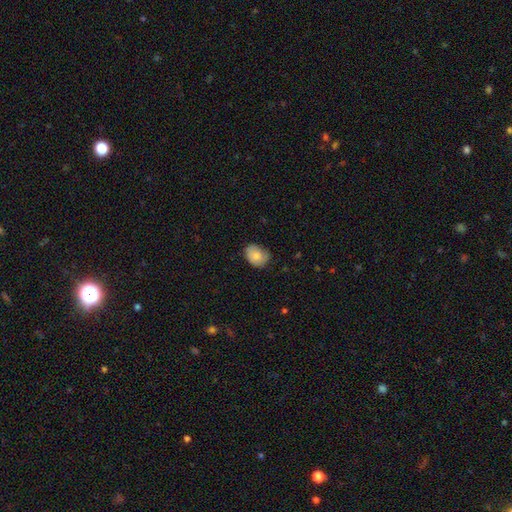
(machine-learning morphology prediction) smooth-or-featured: smooth: 78% | featured or disk: 15% | star or artifact: 7%
  how-rounded: in between: 60% | round: 39% | cigar-shaped: 1%
  merging: none: 66% | minor disturbance: 28% | major disturbance: 5% | merger: 1%